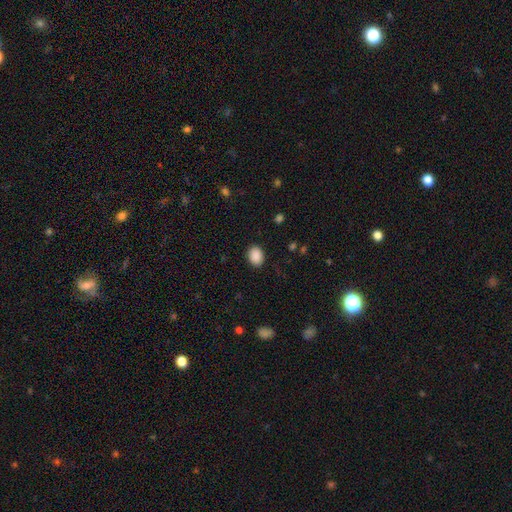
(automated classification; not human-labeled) Overall: smooth (89%). How rounded: in between (63%; round 36%). Merging: none (88%).